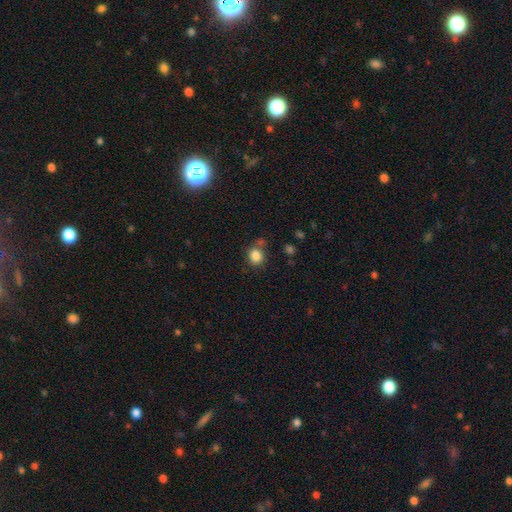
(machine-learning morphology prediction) Smooth or featured? smooth (85%)
How rounded? round (70%)
Merging? none (69%)